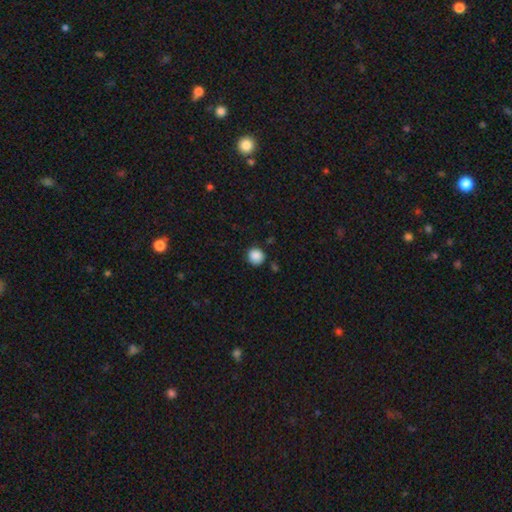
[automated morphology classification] Smooth or featured? Predicted: smooth (p=0.88). How rounded? Predicted: round (p=0.91). Merging? Predicted: none (p=0.86).